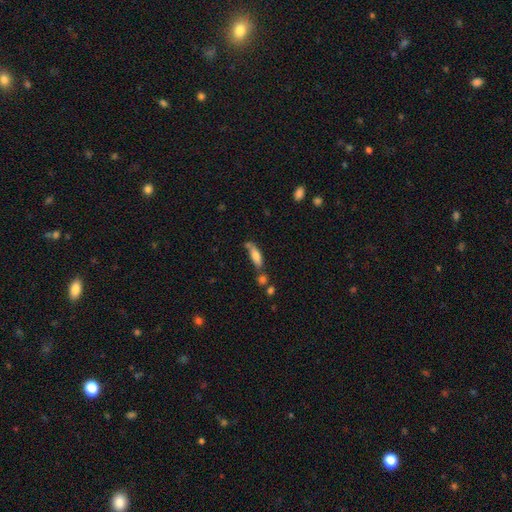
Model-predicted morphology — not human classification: smooth_or_featured: smooth (p=0.68) [alt: featured or disk p=0.25]
how_rounded: cigar-shaped (p=0.50) [alt: in between p=0.47]
merging: none (p=0.55) [alt: minor disturbance p=0.20]